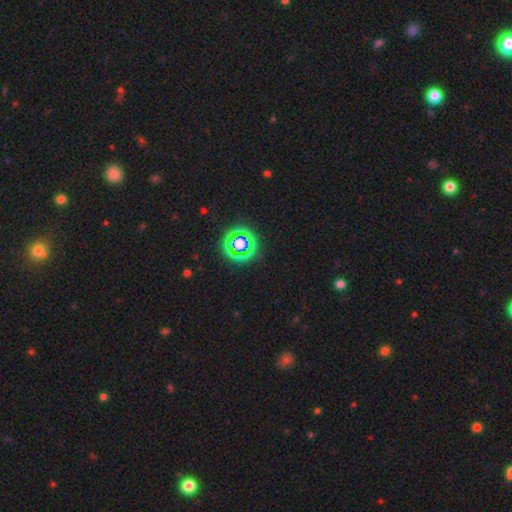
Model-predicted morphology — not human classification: Q: Smooth or featured?
A: star or artifact (64%); runner-up: smooth (30%)